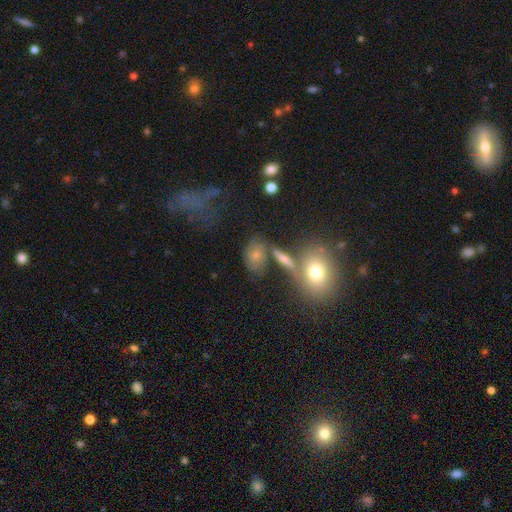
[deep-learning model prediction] Smooth or featured? smooth (59%)
How rounded? in between (66%)
Merging? none (54%)